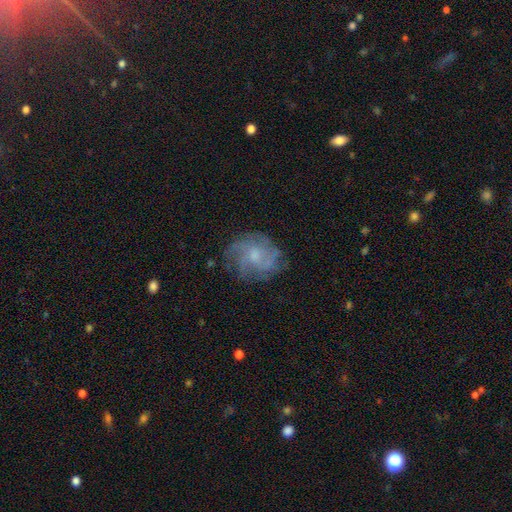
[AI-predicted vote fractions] A featured or disk galaxy (70%) with no bar (69%), medium (40%, tied with tight) spiral arms (87%) and a moderate central bulge (44%).

Vote fractions:
- Smooth or featured? featured or disk: 70% / smooth: 21% / star or artifact: 9%
- Edge-on disk? no: 97% / yes: 3%
- Bar? no: 69% / weak: 28% / strong: 3%
- Spiral arms? yes: 87% / no: 13%
- Spiral winding? medium: 40% (tied) / tight: 40% (tied) / loose: 20%
- Spiral arm count? can't tell: 36% / 4: 23% / 3: 18% / 2: 10% / more than 4: 8% / 1: 6%
- Bulge size? moderate: 44% / small: 42% / none: 10% / large: 3% / dominant: 1%
- Merging? none: 71% / minor disturbance: 18% / major disturbance: 10% / merger: 1%